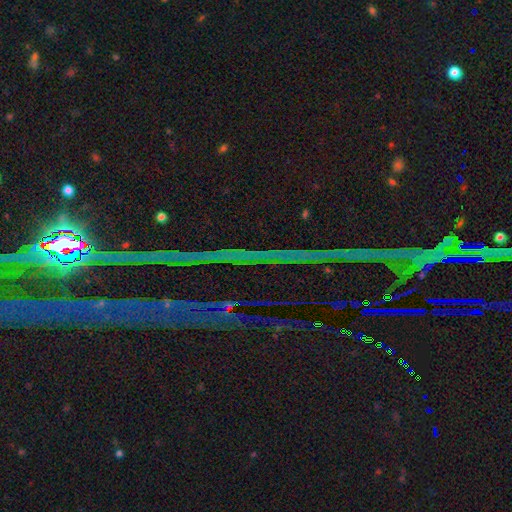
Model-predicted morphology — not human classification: Q: Smooth or featured?
A: star or artifact (88%); runner-up: featured or disk (7%)